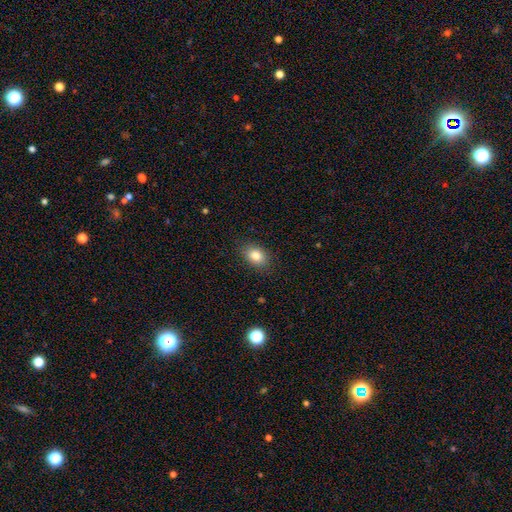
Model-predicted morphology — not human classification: Smooth or featured? smooth (82%)
How rounded? in between (75%)
Merging? none (86%)